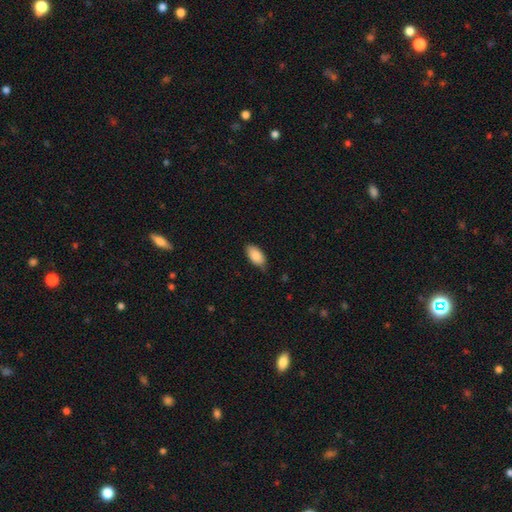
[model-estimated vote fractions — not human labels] smooth-or-featured: smooth: 88% | star or artifact: 6% | featured or disk: 6%
  how-rounded: in between: 93% | cigar-shaped: 4% | round: 3%
  merging: none: 74% | minor disturbance: 21% | major disturbance: 3% | merger: 1%